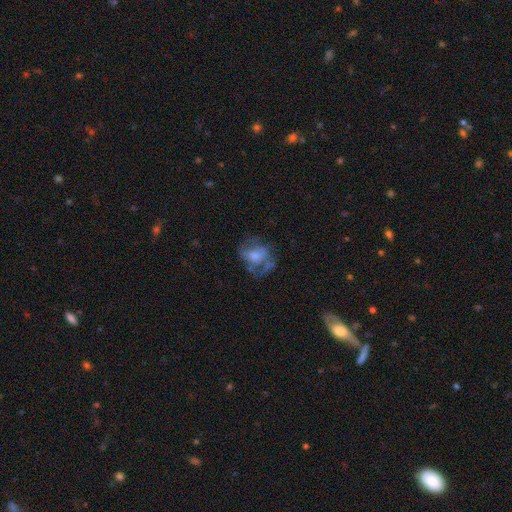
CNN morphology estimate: smooth_or_featured: featured or disk (p=0.47) [alt: smooth p=0.43]
merging: none (p=0.41) [alt: major disturbance p=0.32]